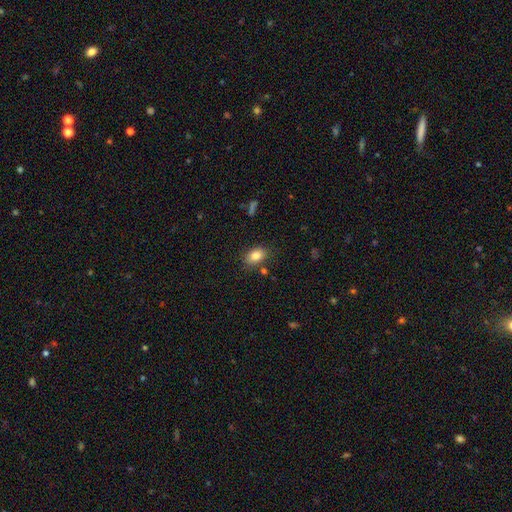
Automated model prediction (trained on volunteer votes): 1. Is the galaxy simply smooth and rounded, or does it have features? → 83% smooth, 9% star or artifact, 8% featured or disk.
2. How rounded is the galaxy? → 84% in between, 14% round, 2% cigar-shaped.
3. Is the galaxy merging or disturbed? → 79% none, 14% minor disturbance, 4% merger, 3% major disturbance.